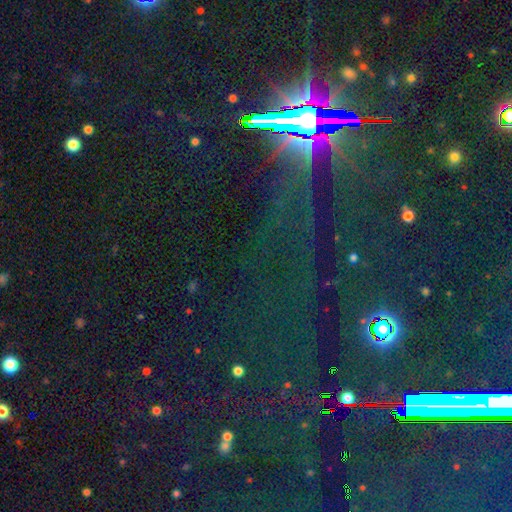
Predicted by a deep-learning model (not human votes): smooth_or_featured: star or artifact (p=0.84) [alt: smooth p=0.09]